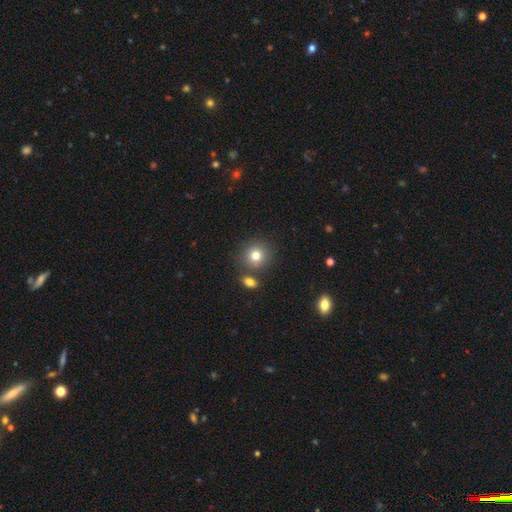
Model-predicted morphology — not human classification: smooth 79%, star or artifact 11%, featured or disk 9%. Down the decision tree: how rounded — round (87%); merging — none (76%).